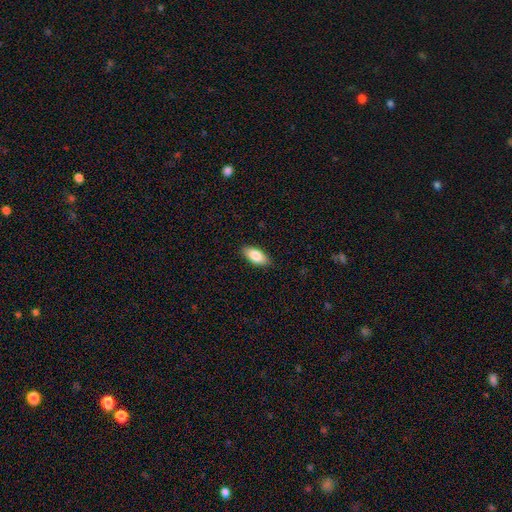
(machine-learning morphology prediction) Smooth or featured: smooth — 84% (featured or disk — 10%)
How rounded: in between — 89% (cigar-shaped — 9%)
Merging: none — 88% (minor disturbance — 9%)